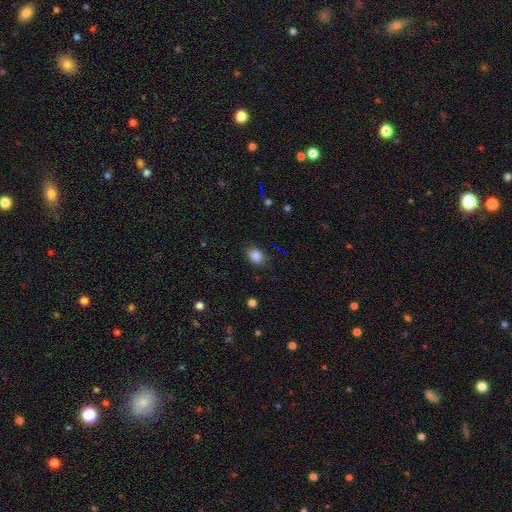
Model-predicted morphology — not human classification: This is clearly a smooth galaxy (85%). How rounded: likely in between (61%). Merging: clearly none (81%).